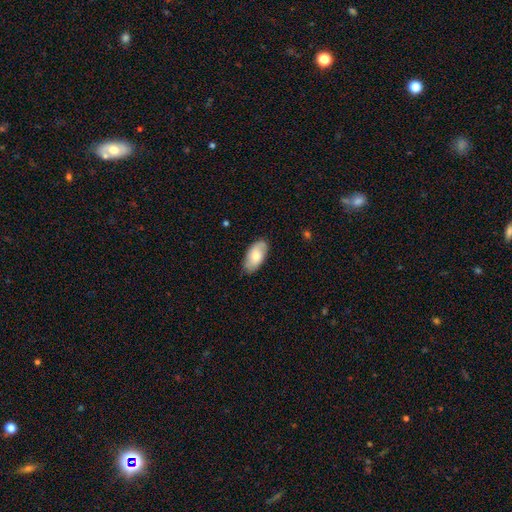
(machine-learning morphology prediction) This appears to be a smooth galaxy with no disk features (69%) that is in between round and cigar-shaped (94%). Merging: none (77%).